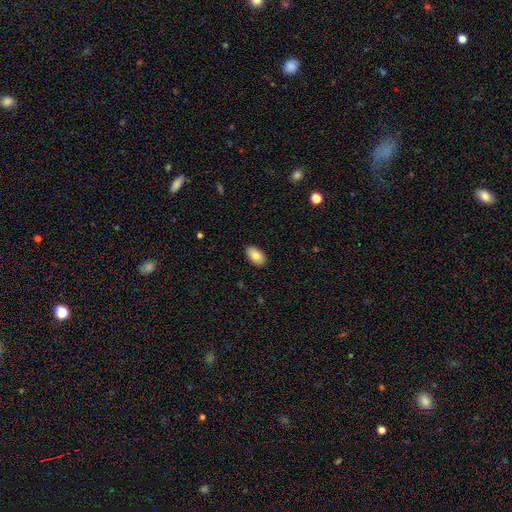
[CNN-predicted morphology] Smooth or featured: smooth — 84% (featured or disk — 10%)
How rounded: in between — 93% (round — 5%)
Merging: none — 89% (minor disturbance — 9%)